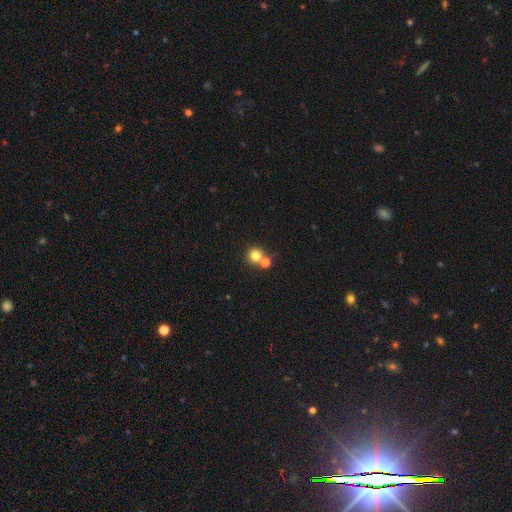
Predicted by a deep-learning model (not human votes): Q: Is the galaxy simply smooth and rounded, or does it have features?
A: smooth — 78%.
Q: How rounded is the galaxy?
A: round — 91%.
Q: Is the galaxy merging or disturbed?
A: none — 56%.